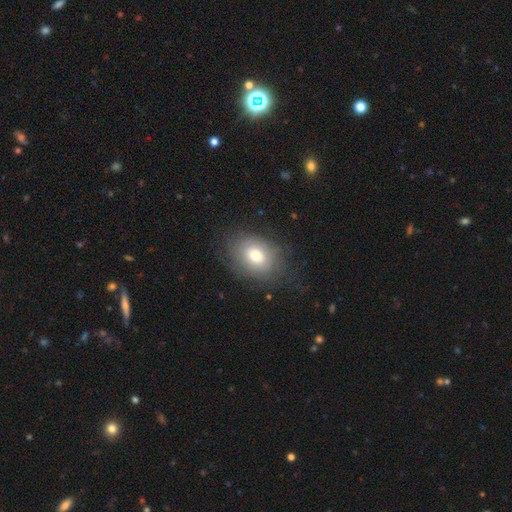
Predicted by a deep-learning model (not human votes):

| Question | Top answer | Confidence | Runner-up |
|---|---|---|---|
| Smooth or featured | smooth | 64% | featured or disk (27%) |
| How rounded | in between | 65% | round (34%) |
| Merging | none | 71% | minor disturbance (18%) |